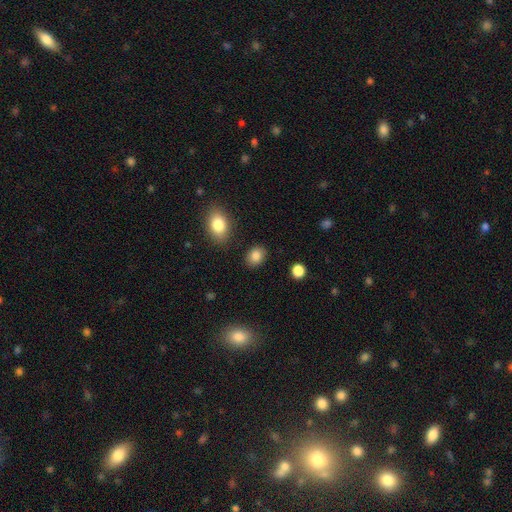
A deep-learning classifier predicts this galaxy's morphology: smooth-or-featured: smooth: 86% | star or artifact: 9% | featured or disk: 5%
  how-rounded: in between: 62% | round: 37% | cigar-shaped: 1%
  merging: none: 86% | minor disturbance: 9% | major disturbance: 3% | merger: 2%